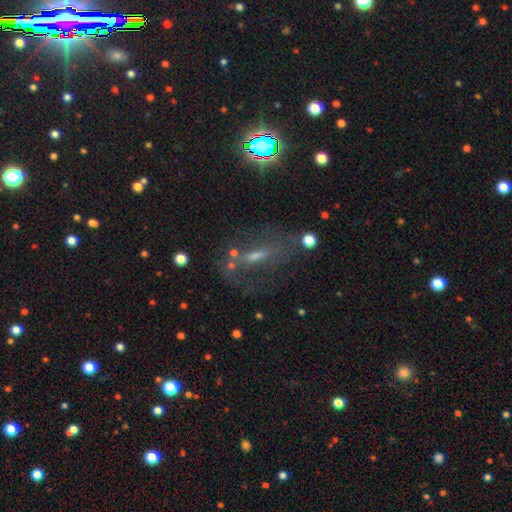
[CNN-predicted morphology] The model was most divided on "smooth or featured": featured or disk: 49%, smooth: 30%, star or artifact: 21%. More confident: merging — none (58%).